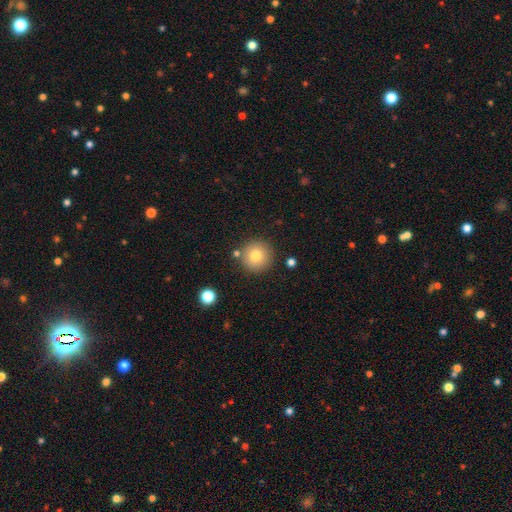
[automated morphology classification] smooth_or_featured: smooth (p=0.78) [alt: featured or disk p=0.11]
how_rounded: round (p=0.96) [alt: in between p=0.03]
merging: none (p=0.85) [alt: minor disturbance p=0.08]